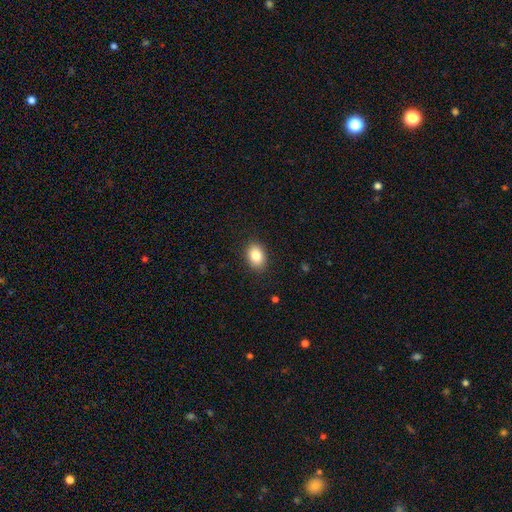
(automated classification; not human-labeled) Q: Smooth or featured?
A: smooth (84%); runner-up: star or artifact (8%)
Q: How rounded?
A: in between (79%); runner-up: round (19%)
Q: Merging?
A: none (88%); runner-up: minor disturbance (8%)